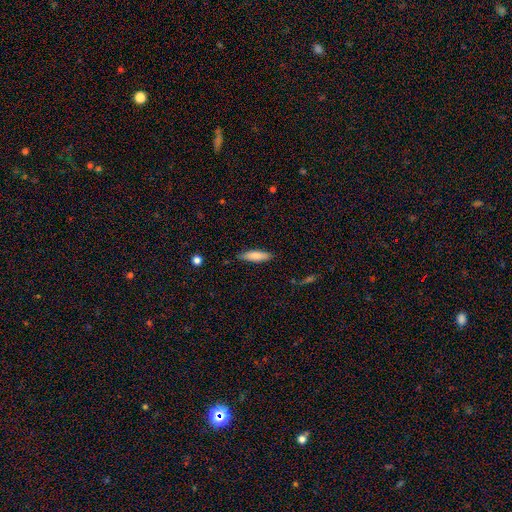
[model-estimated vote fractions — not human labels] smooth 79%, featured or disk 15%, star or artifact 6%. Down the decision tree: how rounded — cigar-shaped (63%); merging — none (84%).